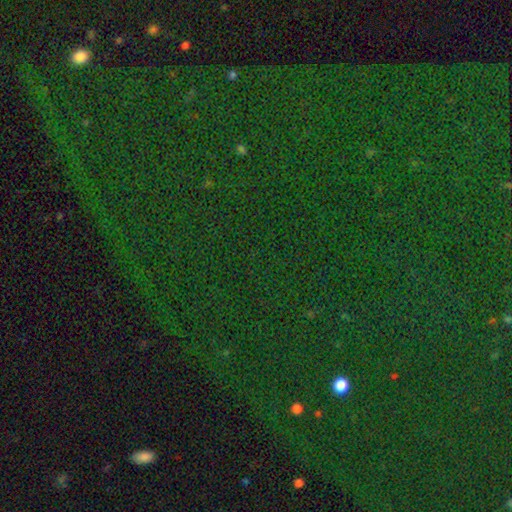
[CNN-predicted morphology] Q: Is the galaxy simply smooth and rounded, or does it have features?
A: star or artifact — 83%.